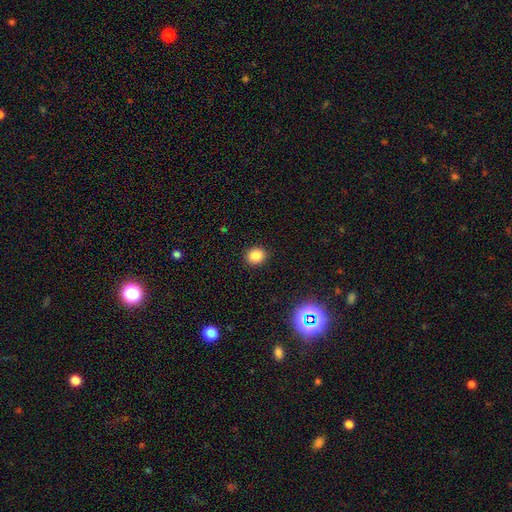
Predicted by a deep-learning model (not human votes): smooth-or-featured: smooth: 84% | star or artifact: 12% | featured or disk: 4%
  how-rounded: round: 77% | in between: 22% | cigar-shaped: 1%
  merging: none: 91% | minor disturbance: 6% | major disturbance: 2% | merger: 1%